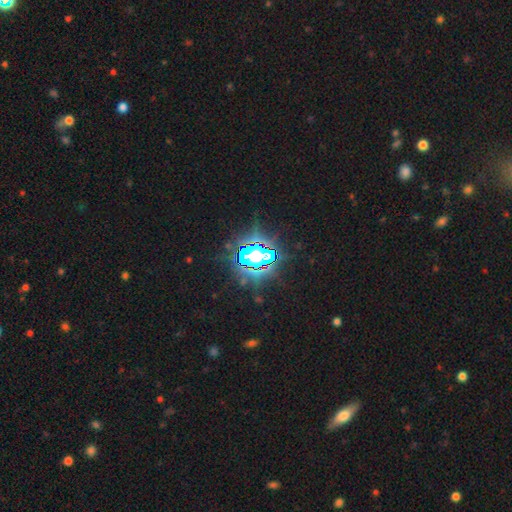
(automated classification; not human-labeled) The model was most divided on "smooth or featured": star or artifact: 76%, smooth: 13%, featured or disk: 12%.